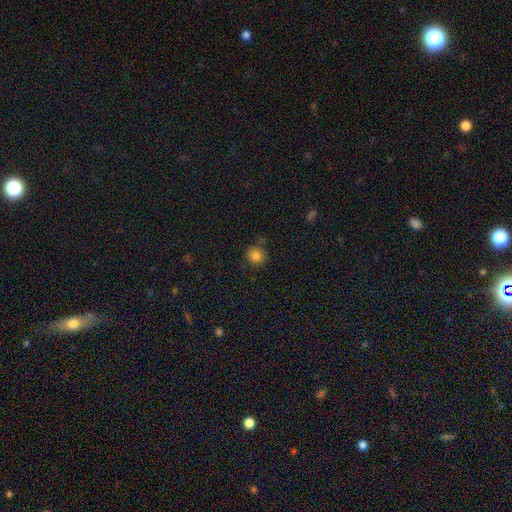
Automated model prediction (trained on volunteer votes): A smooth galaxy with no disk features (82%) that is round (81%).

Vote fractions:
- Smooth or featured? smooth: 82% / star or artifact: 12% / featured or disk: 6%
- How rounded? round: 81% / in between: 18% / cigar-shaped: 1%
- Merging? none: 77% / minor disturbance: 13% / merger: 6% / major disturbance: 4%